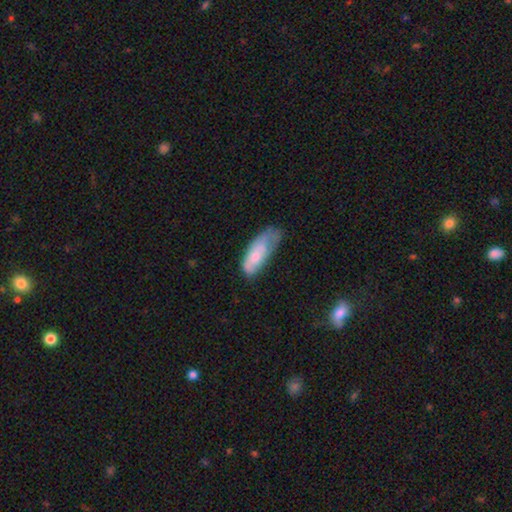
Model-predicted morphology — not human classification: type=smooth (67%); roundness=in between (74%); merging=minor disturbance (41%).